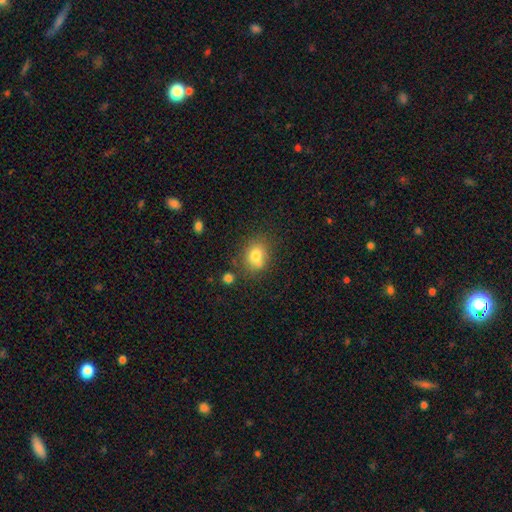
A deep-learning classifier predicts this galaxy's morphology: smooth_or_featured: smooth (p=0.77) [alt: featured or disk p=0.12]
how_rounded: round (p=0.51) [alt: in between p=0.48]
merging: none (p=0.60) [alt: minor disturbance p=0.21]